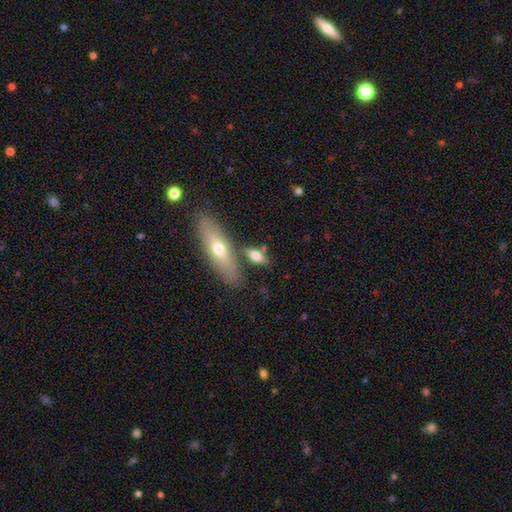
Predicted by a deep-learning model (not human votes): Smooth or featured?
  - smooth: 69% *
  - featured or disk: 23%
  - star or artifact: 8%
How rounded?
  - in between: 64% *
  - cigar-shaped: 29%
  - round: 7%
Merging?
  - none: 60% *
  - merger: 21%
  - minor disturbance: 13%
  - major disturbance: 5%